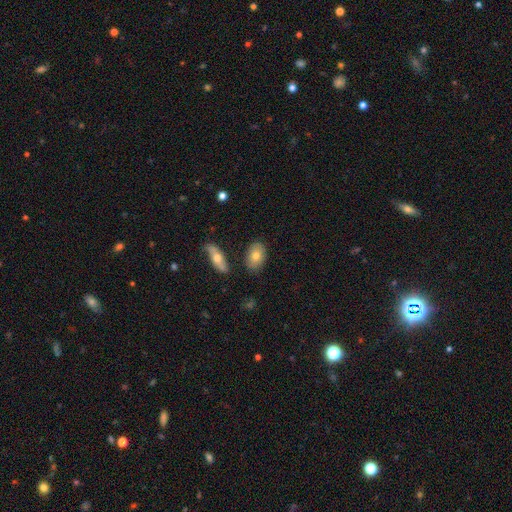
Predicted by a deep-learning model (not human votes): smooth-or-featured: smooth: 74% | featured or disk: 18% | star or artifact: 8%
  how-rounded: in between: 89% | round: 9% | cigar-shaped: 2%
  merging: none: 79% | minor disturbance: 12% | merger: 6% | major disturbance: 3%